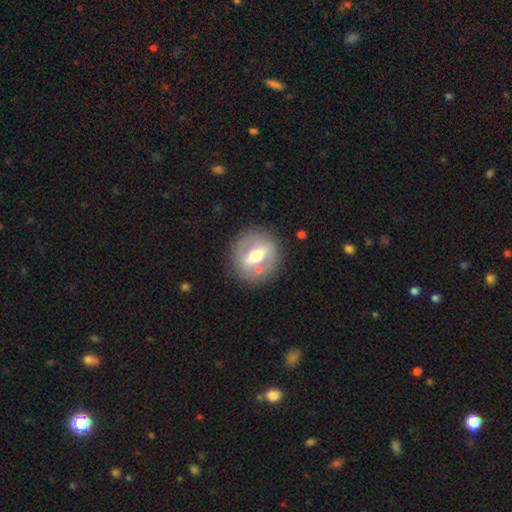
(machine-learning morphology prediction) A featured or disk galaxy (58%). Merging: none (81%).